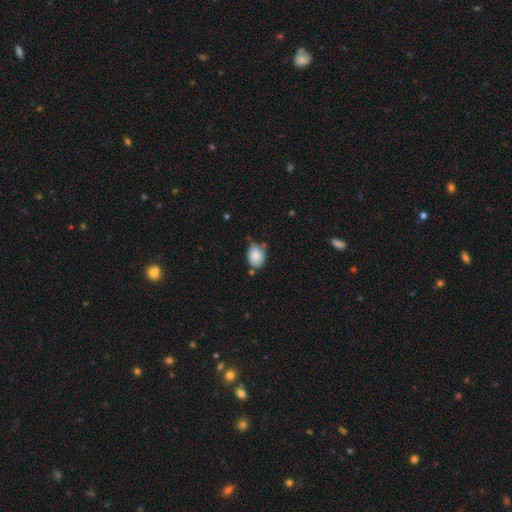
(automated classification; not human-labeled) Smooth or featured?
  - smooth: 84% *
  - featured or disk: 8%
  - star or artifact: 8%
How rounded?
  - in between: 56% *
  - round: 43%
  - cigar-shaped: 1%
Merging?
  - none: 58% *
  - minor disturbance: 29%
  - merger: 8%
  - major disturbance: 5%